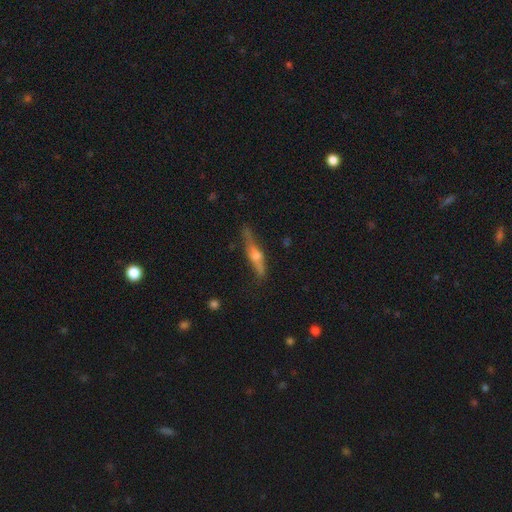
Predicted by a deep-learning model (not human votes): smooth-or-featured: featured or disk: 71% | smooth: 22% | star or artifact: 7%
  disk-edge-on: yes: 94% | no: 6%
    edge-on-bulge: rounded: 93% | boxy: 4% | none: 4%
  merging: none: 77% | minor disturbance: 17% | major disturbance: 4% | merger: 2%